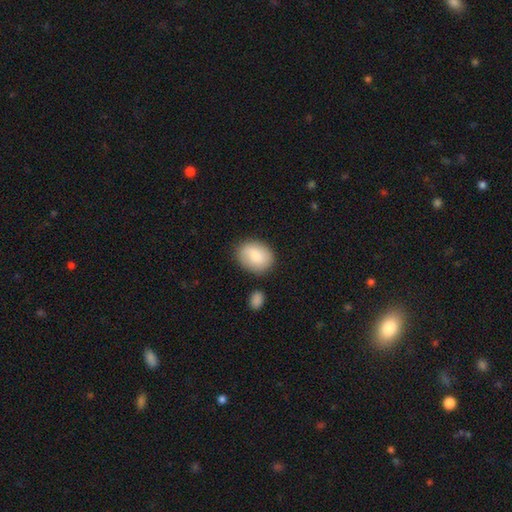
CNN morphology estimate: A smooth galaxy with no disk features (81%) that is in between round and cigar-shaped (69%). Merging: none (78%).